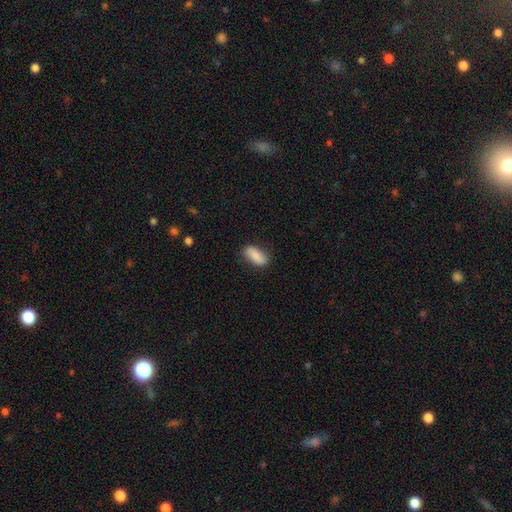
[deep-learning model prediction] Morphology: type=smooth (78%); roundness=in between (86%); merging=none (79%).